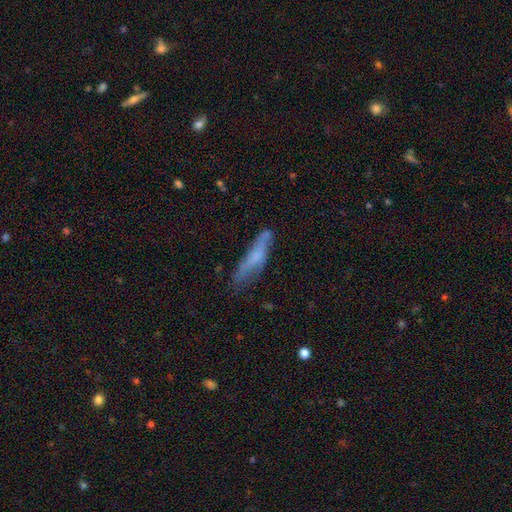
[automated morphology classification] smooth 56%, featured or disk 36%, star or artifact 8%. Down the decision tree: how rounded — cigar-shaped (81%); merging — none (59%).